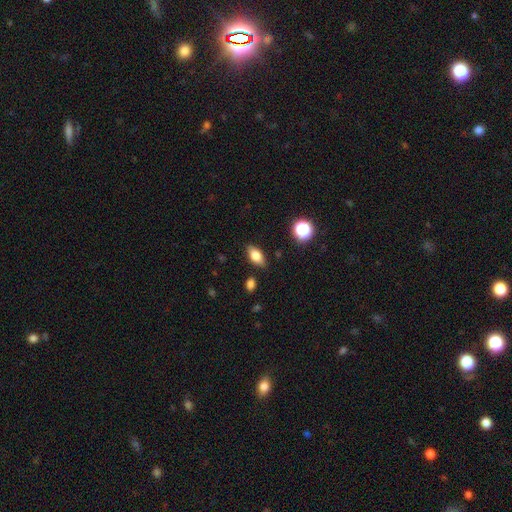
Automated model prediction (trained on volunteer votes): This appears to be a smooth galaxy with no disk features (76%) that is in between round and cigar-shaped (84%). Merging: none (85%).